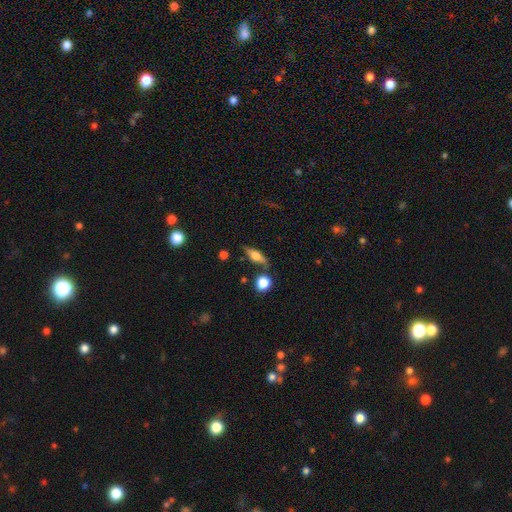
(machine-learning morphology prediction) Smooth or featured? featured or disk (52%)
Edge-on disk? yes (88%)
Merging? none (74%)